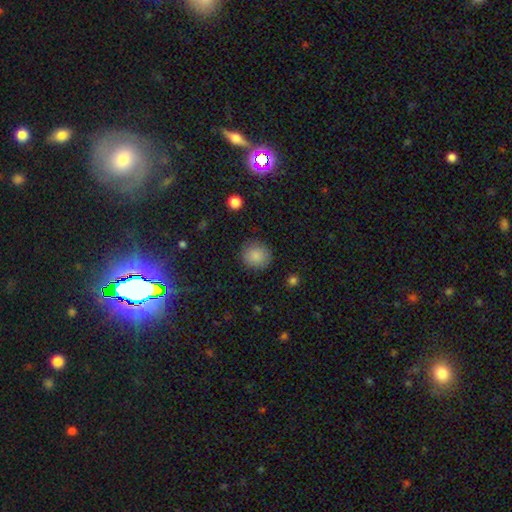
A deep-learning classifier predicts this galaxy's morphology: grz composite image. It shows a smooth galaxy with no disk features (86%) that is round (91%). Merging: none (88%).